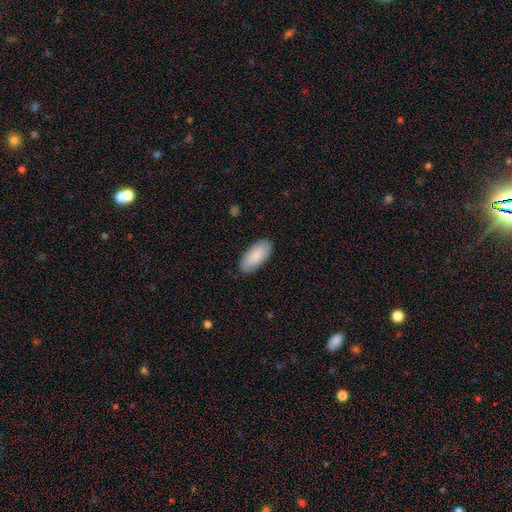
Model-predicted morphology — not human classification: Smooth or featured: smooth — 87% (featured or disk — 8%)
How rounded: in between — 93% (cigar-shaped — 6%)
Merging: none — 87% (minor disturbance — 10%)